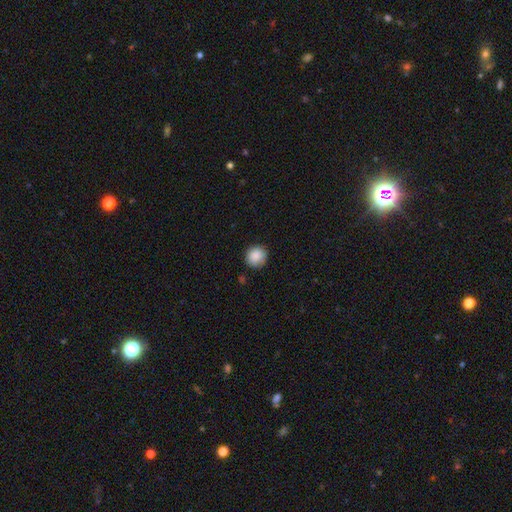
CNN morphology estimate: Smooth or featured? Predicted: smooth (p=0.88). How rounded? Predicted: round (p=0.88). Merging? Predicted: none (p=0.85).